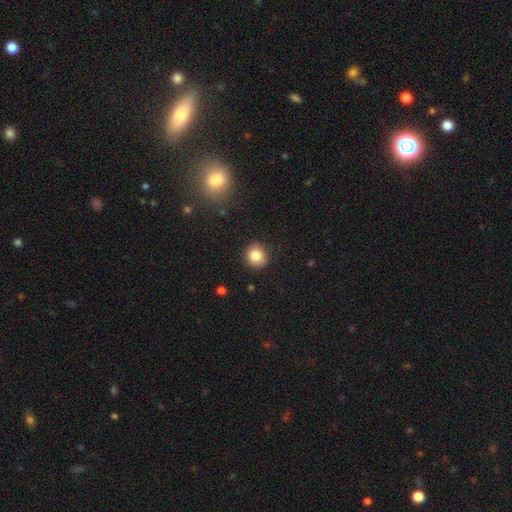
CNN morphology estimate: smooth 82%, star or artifact 10%, featured or disk 7%. Down the decision tree: how rounded — round (83%); merging — none (86%).